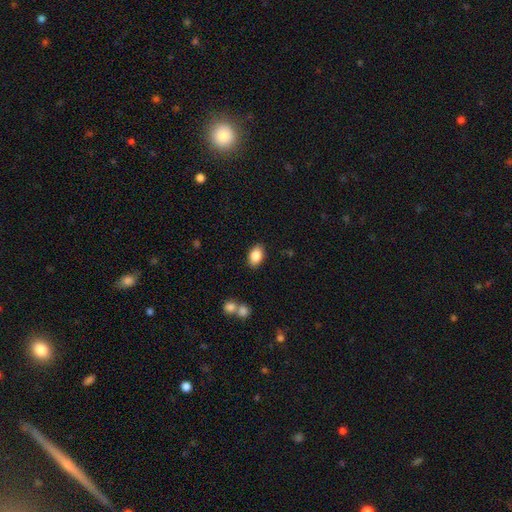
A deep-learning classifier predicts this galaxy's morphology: Overall: smooth (87%). How rounded: in between (89%). Merging: none (86%).